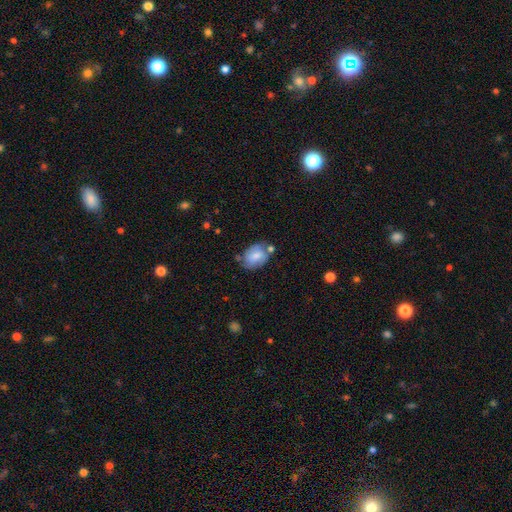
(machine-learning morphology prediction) Smooth or featured: smooth — 60% (featured or disk — 32%)
How rounded: in between — 77% (round — 22%)
Merging: none — 56% (minor disturbance — 25%)